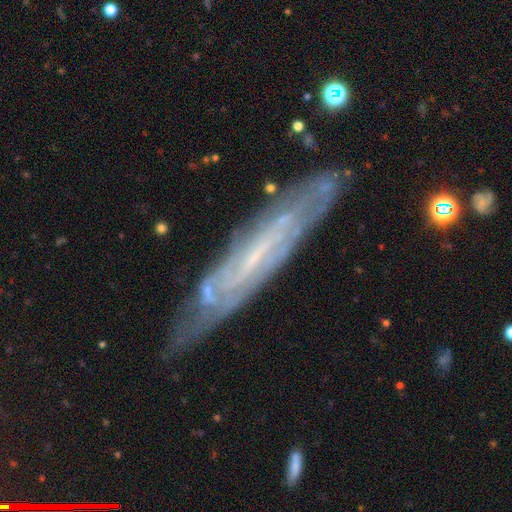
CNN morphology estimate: This appears to be a featured or disk galaxy (75%). Merging: none (78%).